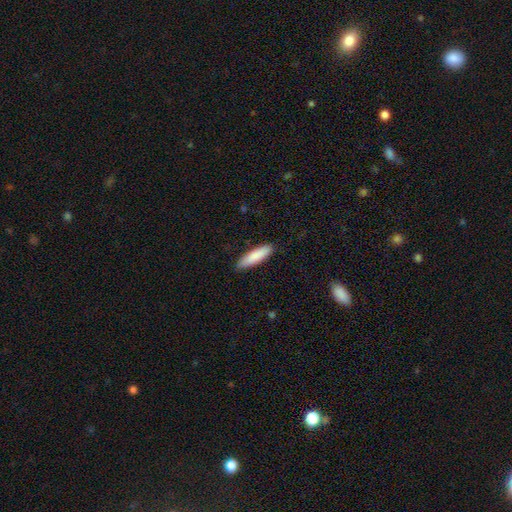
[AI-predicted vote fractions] Morphology: type=smooth (86%); roundness=cigar-shaped (66%); merging=none (87%).